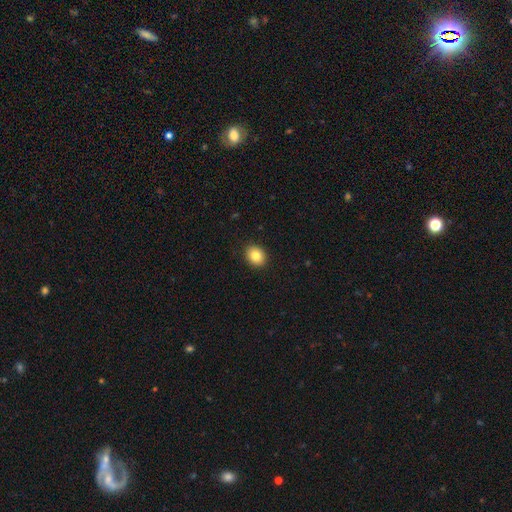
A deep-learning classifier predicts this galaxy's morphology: The model was most divided on "how rounded": round: 57%, in between: 42%, cigar-shaped: 1%. More confident: merging — none (91%); smooth or featured — smooth (84%).